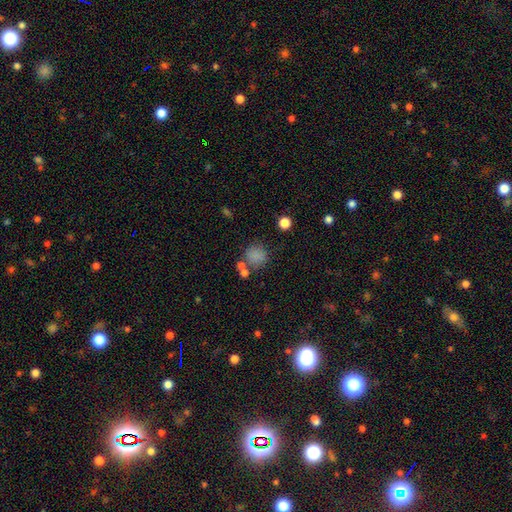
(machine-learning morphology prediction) This is likely a smooth galaxy (77%). How rounded: clearly round (84%). Merging: likely none (65%).